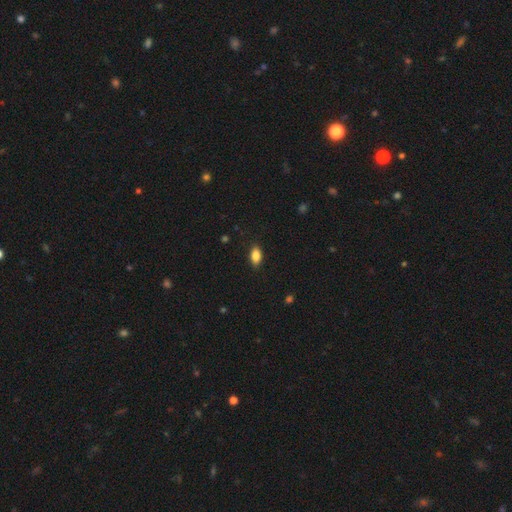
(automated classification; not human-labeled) A smooth galaxy with no disk features (86%) that is in between round and cigar-shaped (90%). Merging: none (87%).